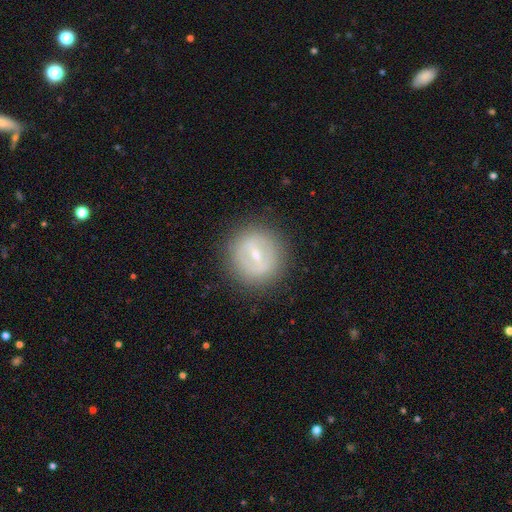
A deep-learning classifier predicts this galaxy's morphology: The model was most divided on "bar": strong: 51%, weak: 37%, no: 12%. More confident: edge-on disk — no (91%); merging — none (86%); spiral arms — no (81%); bulge size — small (61%); smooth or featured — featured or disk (58%).